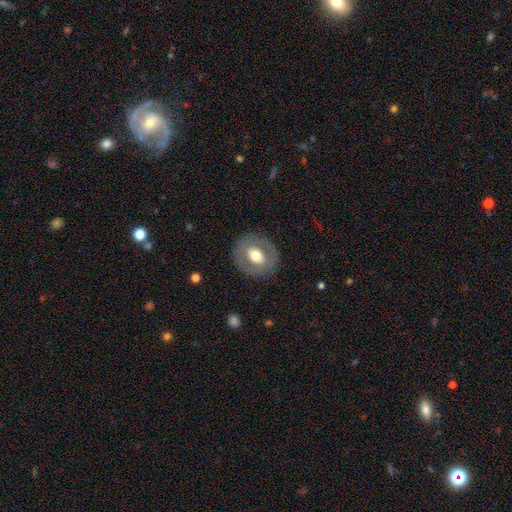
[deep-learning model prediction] This is possibly a smooth galaxy (48%). Merging: clearly none (84%).